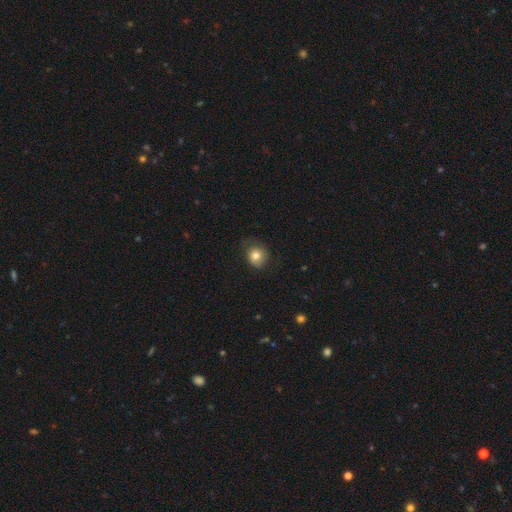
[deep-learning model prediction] A smooth galaxy with no disk features (78%) that is round (76%). Merging: none (62%).